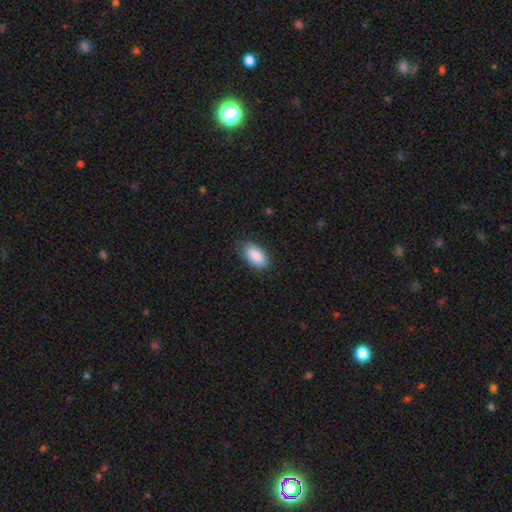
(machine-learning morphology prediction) Smooth or featured? Predicted: smooth (p=0.88). How rounded? Predicted: in between (p=0.94). Merging? Predicted: none (p=0.81).